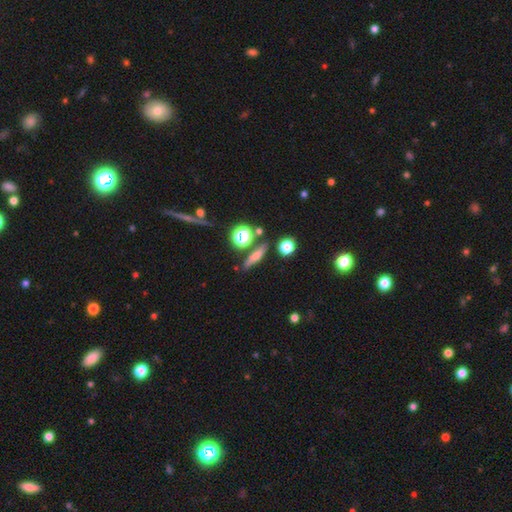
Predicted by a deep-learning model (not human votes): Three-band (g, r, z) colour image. It shows a smooth galaxy with no disk features (54%) that is cigar-shaped (66%). Merging: none (76%).